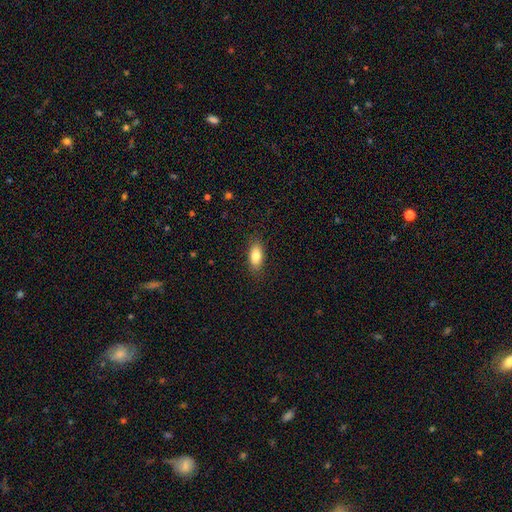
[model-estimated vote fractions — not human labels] smooth_or_featured: smooth (p=0.84) [alt: featured or disk p=0.09]
how_rounded: in between (p=0.86) [alt: cigar-shaped p=0.10]
merging: none (p=0.86) [alt: minor disturbance p=0.10]